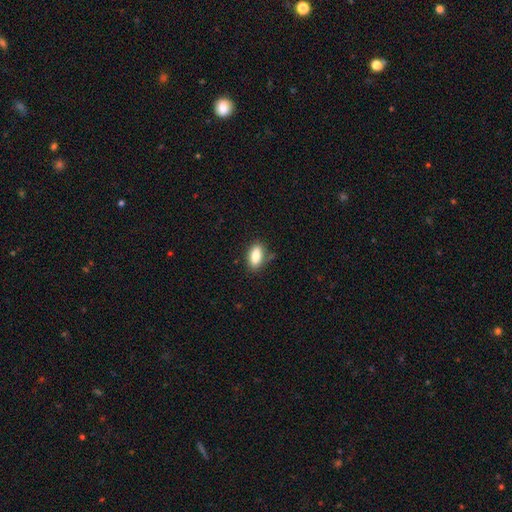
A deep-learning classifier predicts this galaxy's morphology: smooth 83%, featured or disk 9%, star or artifact 8%. Down the decision tree: how rounded — in between (83%); merging — none (78%).